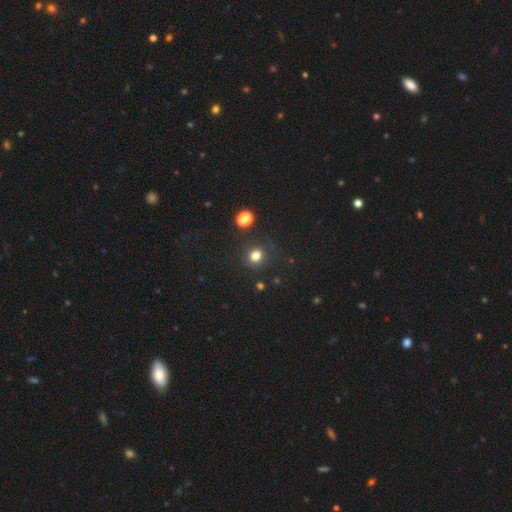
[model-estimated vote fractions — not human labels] Smooth or featured? smooth (77%)
How rounded? round (79%)
Merging? none (83%)